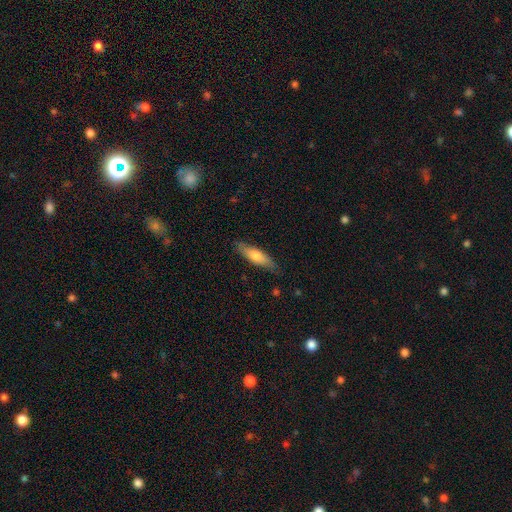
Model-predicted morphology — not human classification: Smooth or featured? Predicted: smooth (p=0.67). How rounded? Predicted: cigar-shaped (p=0.59). Merging? Predicted: none (p=0.81).